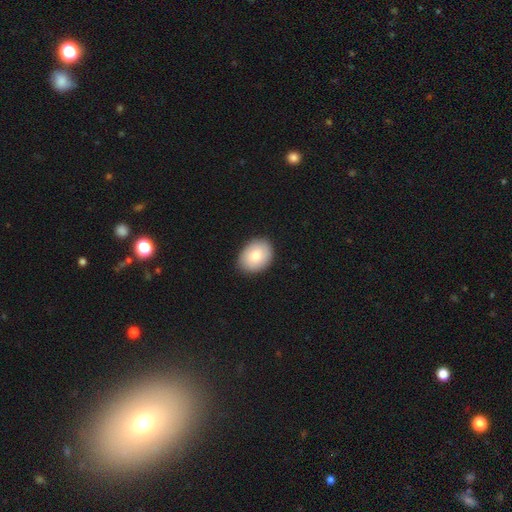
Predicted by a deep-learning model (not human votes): A smooth galaxy with no disk features (82%) that is in between round and cigar-shaped (68%).

Vote fractions:
- Smooth or featured? smooth: 82% / featured or disk: 12% / star or artifact: 6%
- How rounded? in between: 68% / round: 31% / cigar-shaped: 1%
- Merging? none: 87% / minor disturbance: 10% / major disturbance: 2% / merger: 1%